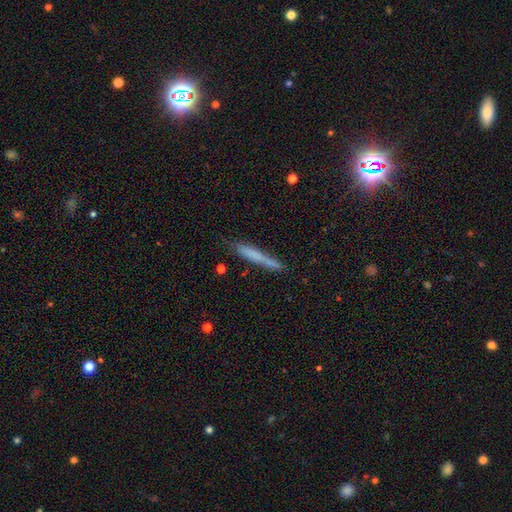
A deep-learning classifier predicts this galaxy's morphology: Overall: smooth (61%; featured or disk 30%). How rounded: cigar-shaped (96%). Merging: none (80%).